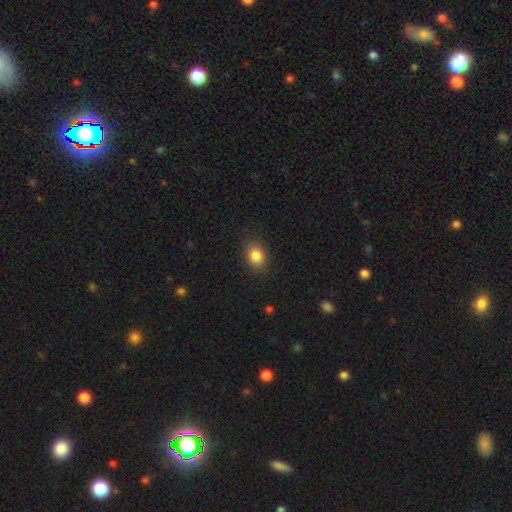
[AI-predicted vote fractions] smooth 85%, star or artifact 10%, featured or disk 6%. Down the decision tree: how rounded — in between (61%); merging — none (85%).